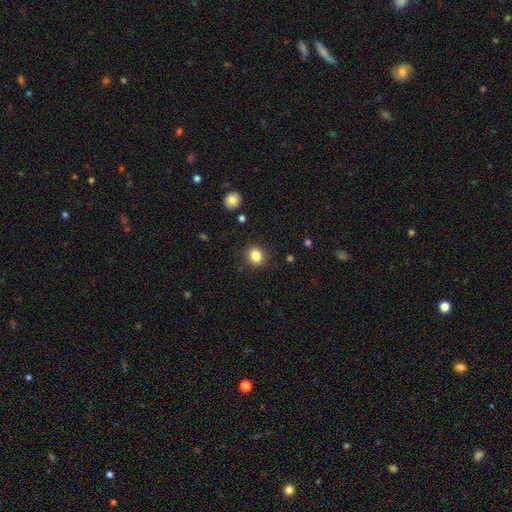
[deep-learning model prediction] Q: Smooth or featured?
A: smooth (84%); runner-up: star or artifact (11%)
Q: How rounded?
A: round (73%); runner-up: in between (26%)
Q: Merging?
A: none (89%); runner-up: minor disturbance (7%)